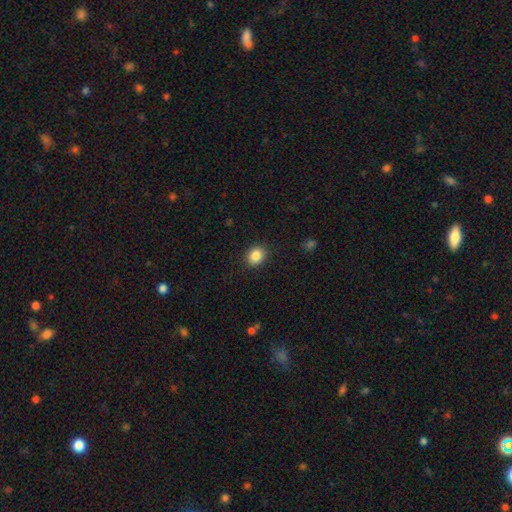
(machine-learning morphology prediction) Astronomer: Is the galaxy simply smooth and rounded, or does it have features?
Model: smooth — 86%.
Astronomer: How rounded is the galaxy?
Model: round — 62% (runner-up: in between, 37%).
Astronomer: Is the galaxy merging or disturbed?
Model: none — 89%.